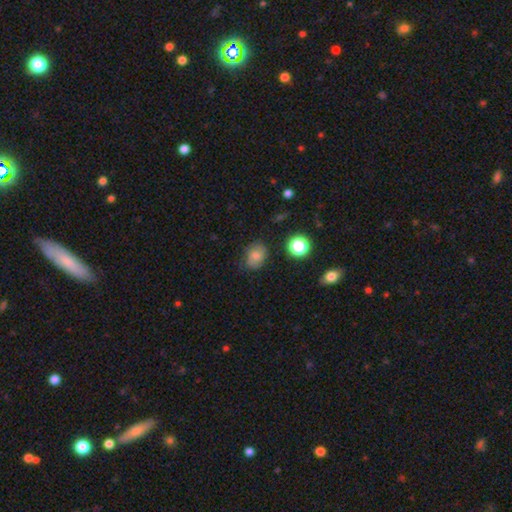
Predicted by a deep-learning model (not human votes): Smooth or featured: smooth — 68% (featured or disk — 19%)
How rounded: in between — 52% (round — 47%)
Merging: none — 71% (minor disturbance — 21%)